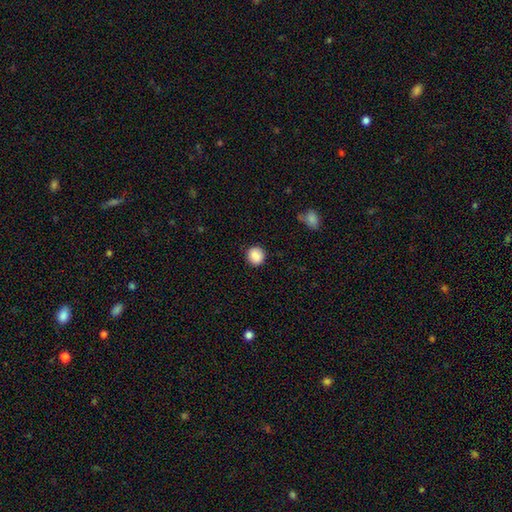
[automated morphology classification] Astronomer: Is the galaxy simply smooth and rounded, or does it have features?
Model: smooth — 88%.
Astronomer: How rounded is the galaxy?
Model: round — 87%.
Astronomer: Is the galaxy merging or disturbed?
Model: none — 87%.